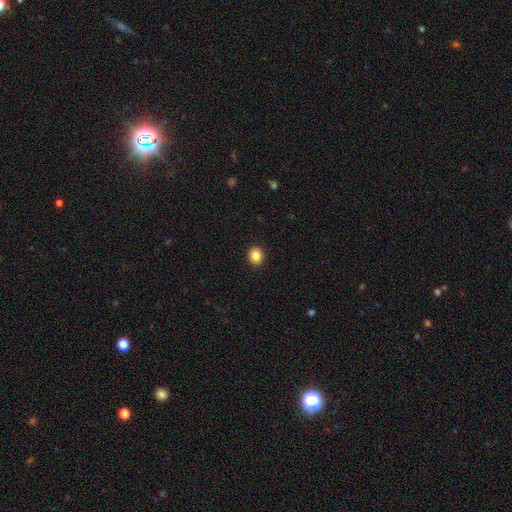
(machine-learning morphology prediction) This appears to be a smooth galaxy with no disk features (85%) that is round (70%). Merging: none (92%).